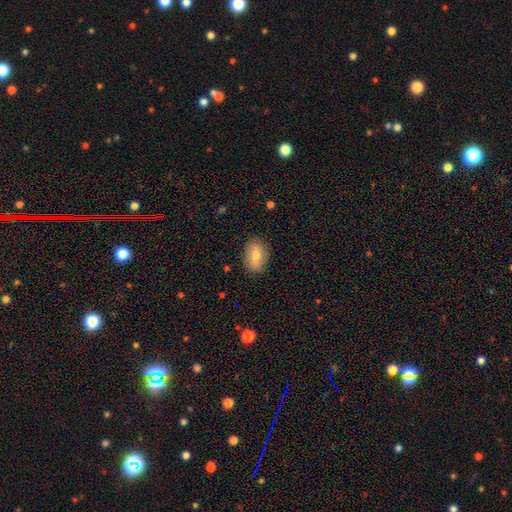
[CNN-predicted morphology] type=smooth (65%); roundness=in between (86%); merging=none (85%).